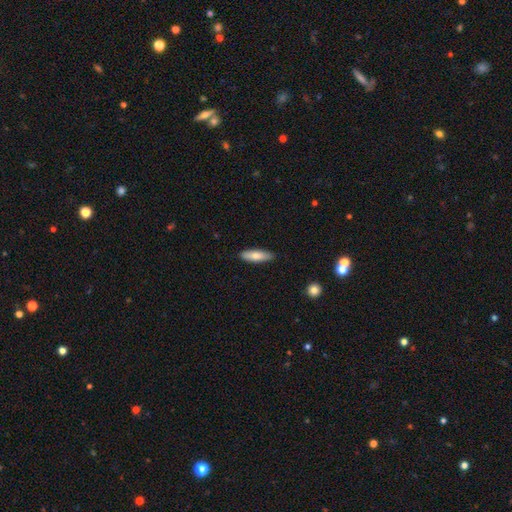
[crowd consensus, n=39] Volunteers were most divided on "how rounded": in between: 56%, cigar-shaped: 44%, round: 0%. More confident: merging — none (89%); smooth or featured — smooth (69%).